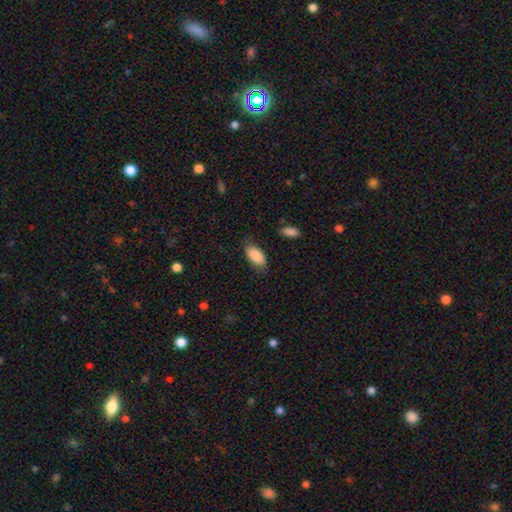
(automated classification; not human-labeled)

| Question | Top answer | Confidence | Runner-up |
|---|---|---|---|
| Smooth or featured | smooth | 89% | star or artifact (6%) |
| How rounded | in between | 94% | cigar-shaped (4%) |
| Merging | none | 77% | minor disturbance (17%) |